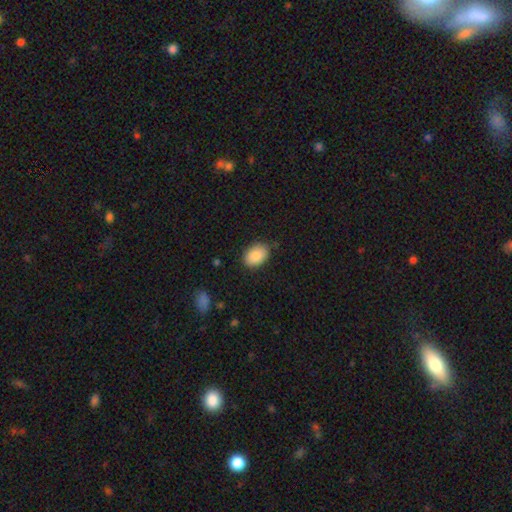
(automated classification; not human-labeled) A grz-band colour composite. It shows a smooth galaxy with no disk features (88%) that is in between round and cigar-shaped (84%). Merging: none (84%).